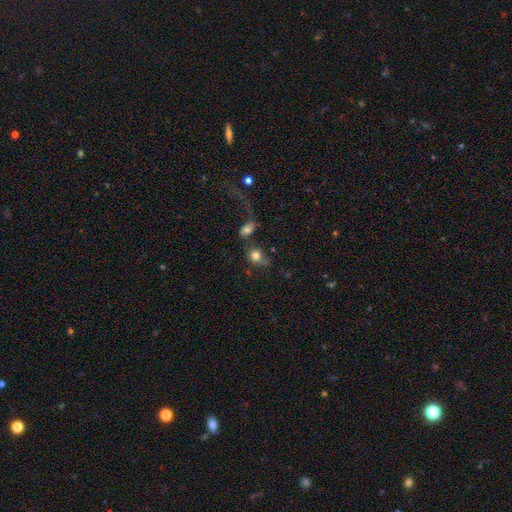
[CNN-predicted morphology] smooth-or-featured: smooth: 78% | featured or disk: 12% | star or artifact: 11%
  how-rounded: round: 67% | in between: 31% | cigar-shaped: 2%
  merging: none: 35% (tied) | merger: 35% (tied) | major disturbance: 16% | minor disturbance: 14%